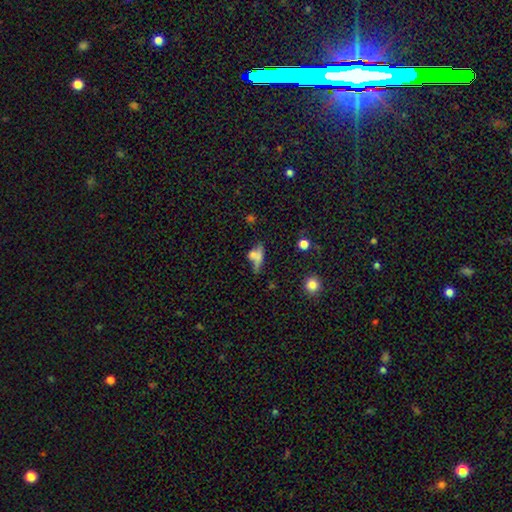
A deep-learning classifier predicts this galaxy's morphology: Smooth or featured?
  - smooth: 59% *
  - featured or disk: 25%
  - star or artifact: 15%
How rounded?
  - in between: 52% *
  - cigar-shaped: 33%
  - round: 15%
Merging?
  - none: 39% *
  - merger: 30%
  - minor disturbance: 17%
  - major disturbance: 14%